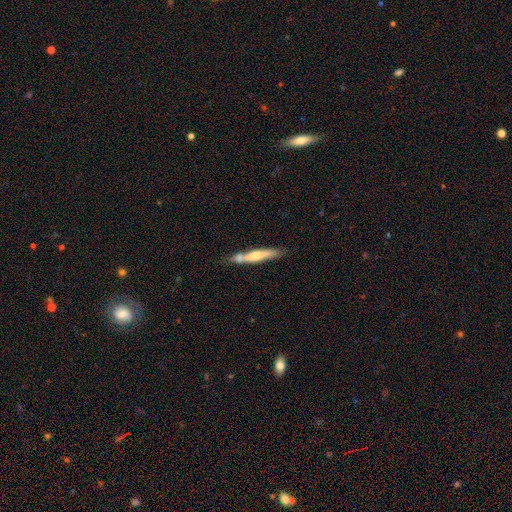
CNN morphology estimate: Q: Smooth or featured?
A: featured or disk (48%); runner-up: smooth (47%)
Q: Merging?
A: none (55%); runner-up: merger (24%)